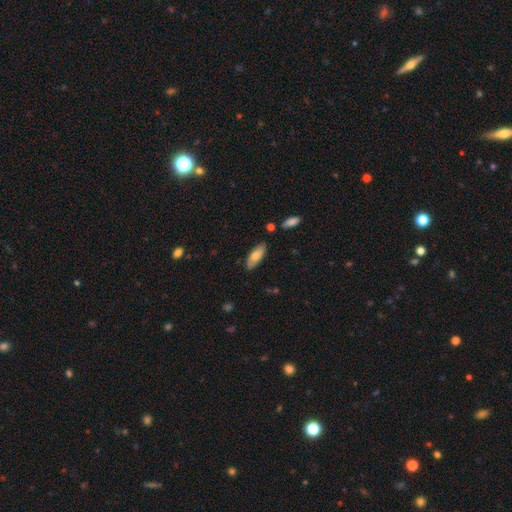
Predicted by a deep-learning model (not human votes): Q: Smooth or featured?
A: smooth (72%); runner-up: featured or disk (21%)
Q: How rounded?
A: in between (77%); runner-up: cigar-shaped (21%)
Q: Merging?
A: none (82%); runner-up: minor disturbance (13%)